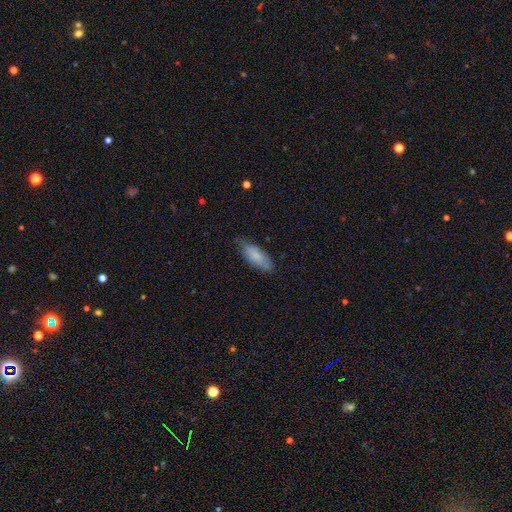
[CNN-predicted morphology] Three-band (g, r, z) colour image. It shows a smooth galaxy with no disk features (81%) that is in between round and cigar-shaped (75%). Merging: none (70%).